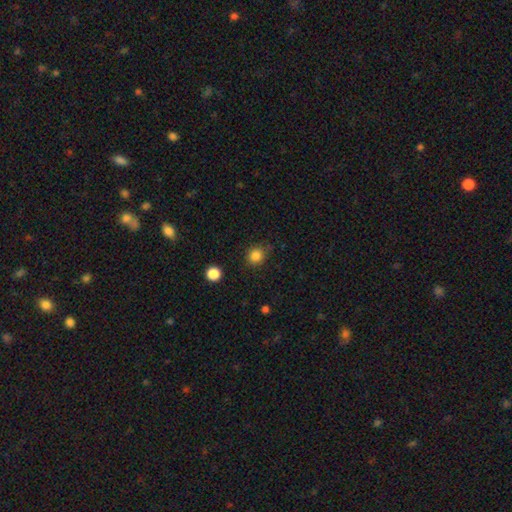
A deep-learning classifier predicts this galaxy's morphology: This appears to be a smooth galaxy with no disk features (84%) that is round (82%). Merging: none (82%).